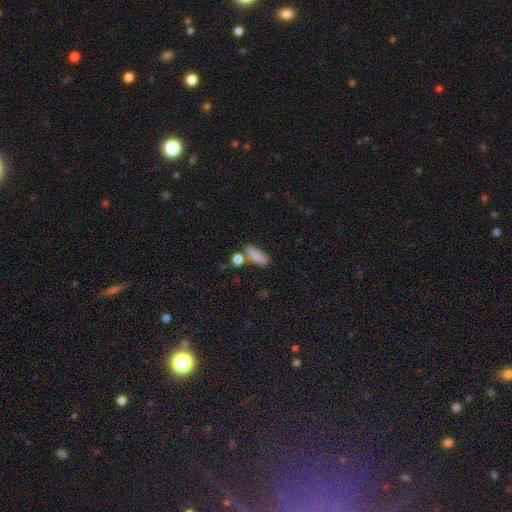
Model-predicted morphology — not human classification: Q: Smooth or featured?
A: smooth (81%); runner-up: featured or disk (11%)
Q: How rounded?
A: in between (76%); runner-up: cigar-shaped (17%)
Q: Merging?
A: none (56%); runner-up: merger (20%)